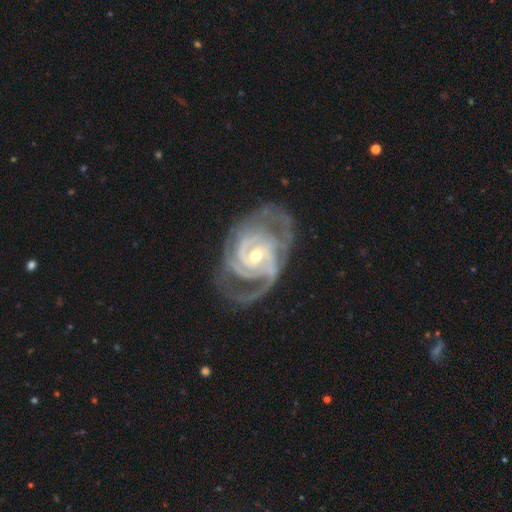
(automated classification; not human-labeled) Smooth or featured?
  - featured or disk: 93% *
  - star or artifact: 4%
  - smooth: 3%
Edge-on disk?
  - no: 98% *
  - yes: 2%
Bar?
  - no: 44% *
  - weak: 40%
  - strong: 16%
Spiral arms?
  - yes: 98% *
  - no: 2%
Spiral winding?
  - tight: 58% *
  - medium: 36%
  - loose: 6%
Spiral arm count?
  - 3: 33% *
  - 2: 29%
  - can't tell: 15%
  - 4: 12%
  - more than 4: 6%
  - 1: 6%
Bulge size?
  - small: 50% *
  - moderate: 47%
  - large: 2%
  - none: 1%
  - dominant: 1%
Merging?
  - none: 64% *
  - minor disturbance: 19%
  - major disturbance: 15%
  - merger: 2%